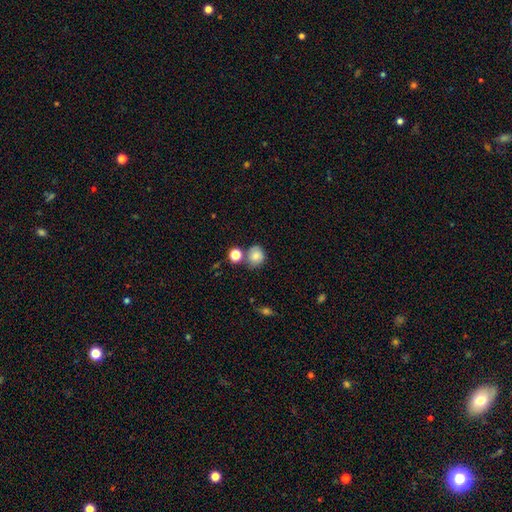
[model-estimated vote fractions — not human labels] Q: Smooth or featured?
A: smooth (79%); runner-up: star or artifact (11%)
Q: How rounded?
A: round (82%); runner-up: in between (17%)
Q: Merging?
A: none (62%); runner-up: merger (19%)